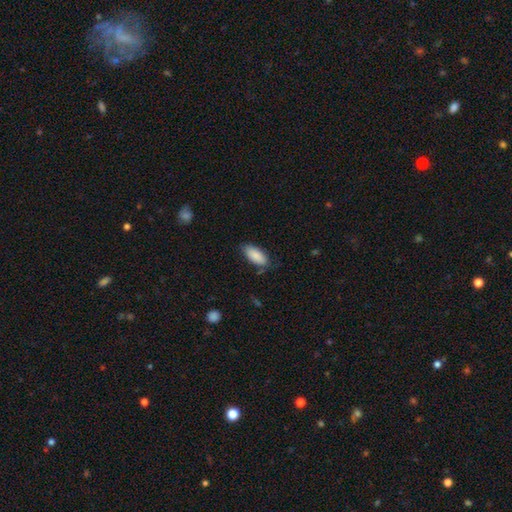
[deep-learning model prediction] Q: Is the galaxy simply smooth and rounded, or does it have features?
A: smooth — 88%.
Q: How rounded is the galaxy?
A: in between — 89%.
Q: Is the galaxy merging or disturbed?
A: none — 75%.